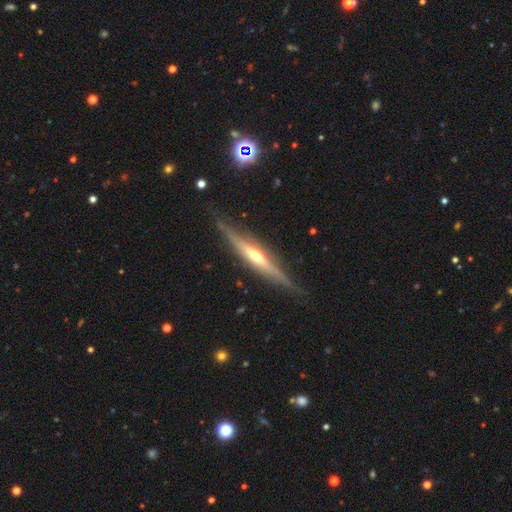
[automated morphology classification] smooth_or_featured: featured or disk (p=0.78) [alt: smooth p=0.16]
disk_edge_on: yes (p=0.95) [alt: no p=0.05]
edge_on_bulge: rounded (p=0.76) [alt: none p=0.15]
merging: none (p=0.82) [alt: minor disturbance p=0.13]